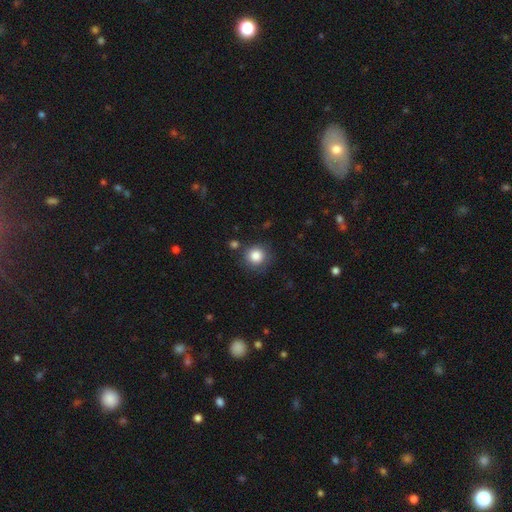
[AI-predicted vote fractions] Q: Smooth or featured?
A: smooth (85%); runner-up: star or artifact (10%)
Q: How rounded?
A: round (92%); runner-up: in between (7%)
Q: Merging?
A: none (82%); runner-up: minor disturbance (10%)